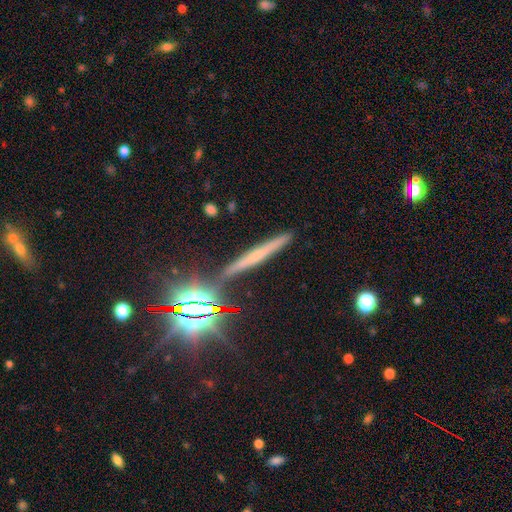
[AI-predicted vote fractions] Smooth or featured? featured or disk (38%)
Merging? none (85%)